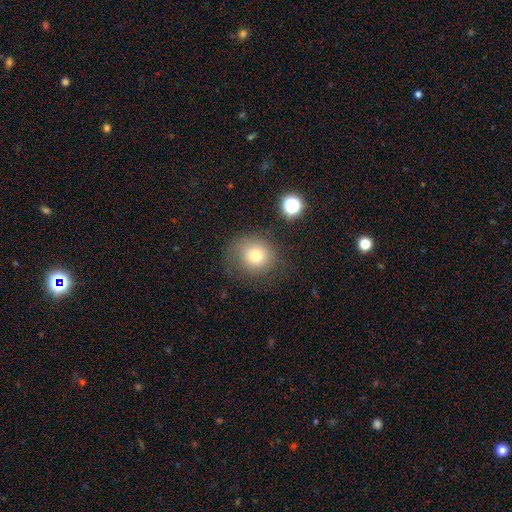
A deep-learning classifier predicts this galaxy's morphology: Q: Smooth or featured?
A: smooth (73%); runner-up: star or artifact (14%)
Q: How rounded?
A: round (85%); runner-up: in between (14%)
Q: Merging?
A: none (67%); runner-up: minor disturbance (19%)